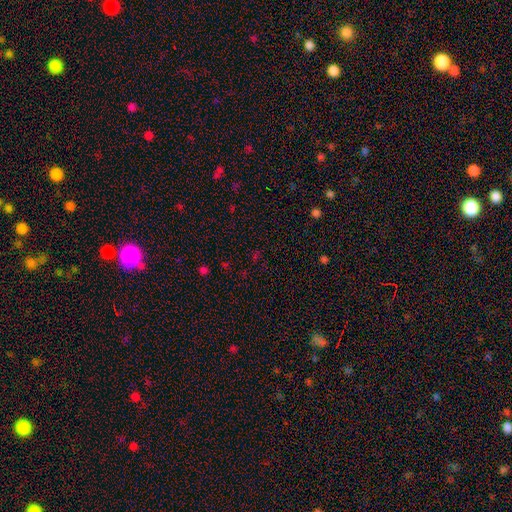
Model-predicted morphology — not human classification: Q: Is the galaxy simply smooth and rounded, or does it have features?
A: star or artifact — 59%.